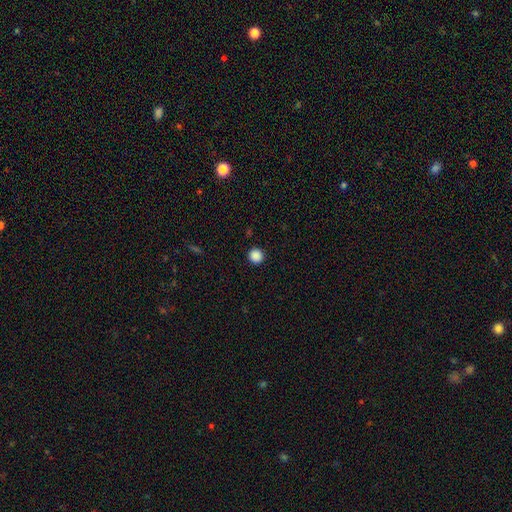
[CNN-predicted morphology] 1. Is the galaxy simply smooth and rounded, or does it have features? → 88% smooth, 10% star or artifact, 2% featured or disk.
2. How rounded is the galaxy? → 94% round, 5% in between, 1% cigar-shaped.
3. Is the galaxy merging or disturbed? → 93% none, 5% minor disturbance, 2% major disturbance, 1% merger.